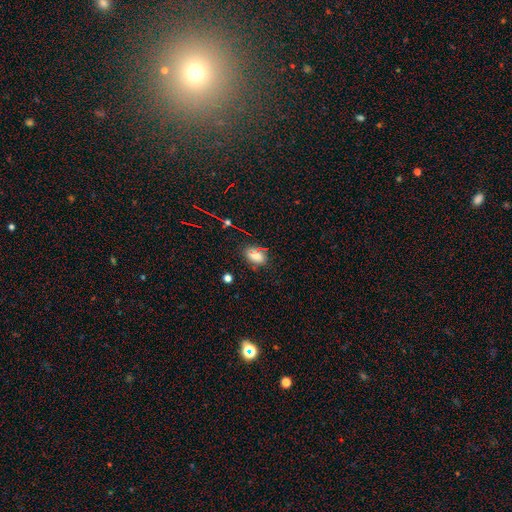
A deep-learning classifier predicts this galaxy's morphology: Q: Smooth or featured?
A: smooth (68%); runner-up: star or artifact (24%)
Q: How rounded?
A: in between (79%); runner-up: round (17%)
Q: Merging?
A: none (74%); runner-up: minor disturbance (17%)